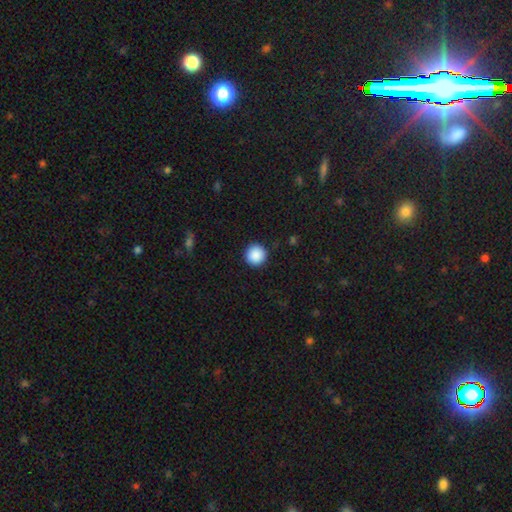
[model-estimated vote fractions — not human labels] The model was most divided on "smooth or featured": smooth: 89%, star or artifact: 8%, featured or disk: 2%. More confident: how rounded — round (96%); merging — none (92%).